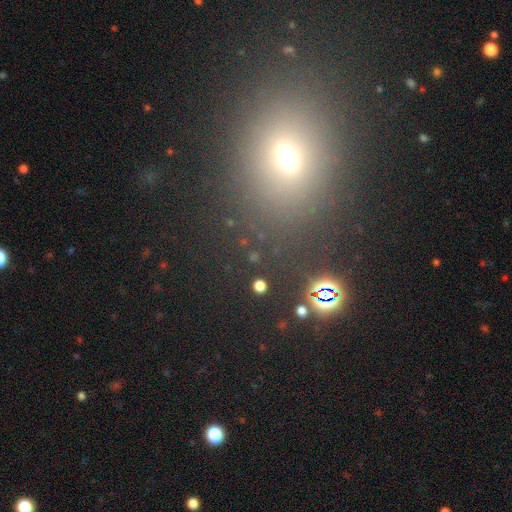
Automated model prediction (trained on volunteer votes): smooth 48%, star or artifact 41%, featured or disk 11%. Down the decision tree: merging — none (84%).